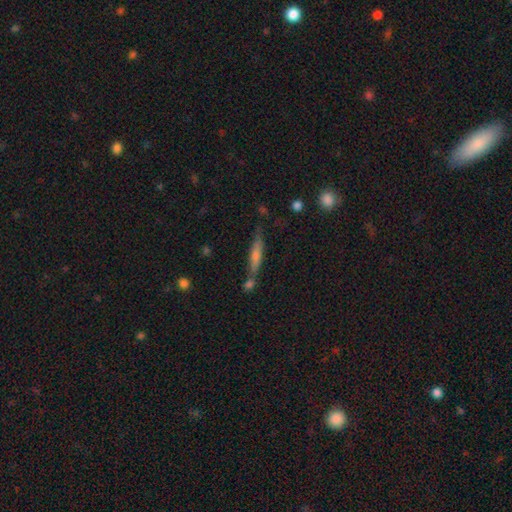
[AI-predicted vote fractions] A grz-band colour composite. It shows a smooth galaxy with no disk features (53%) that is cigar-shaped (86%). Merging: none (67%).